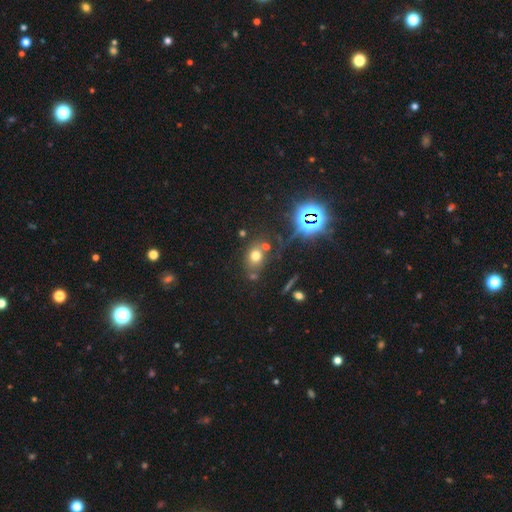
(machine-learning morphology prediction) Smooth or featured?
  - smooth: 65% *
  - star or artifact: 24%
  - featured or disk: 12%
How rounded?
  - round: 52% *
  - in between: 46%
  - cigar-shaped: 2%
Merging?
  - none: 61% *
  - merger: 19%
  - minor disturbance: 14%
  - major disturbance: 7%